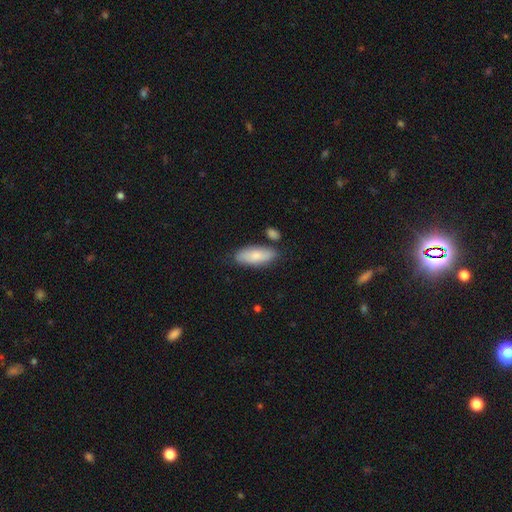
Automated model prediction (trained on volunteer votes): This is likely a smooth galaxy (79%). How rounded: clearly in between (81%). Merging: likely none (74%).